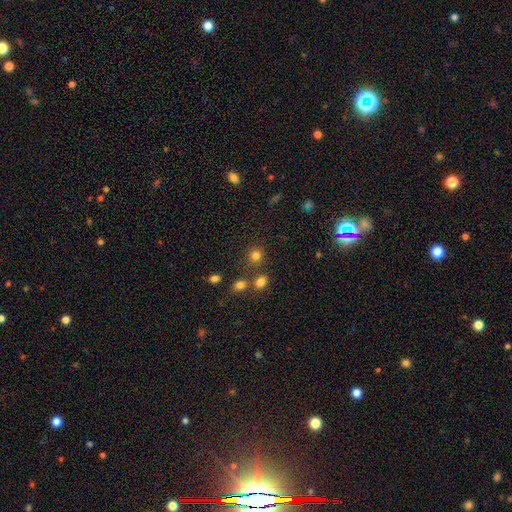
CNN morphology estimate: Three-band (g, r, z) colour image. It shows a smooth galaxy with no disk features (79%) that is round (84%). Merging: none (74%).